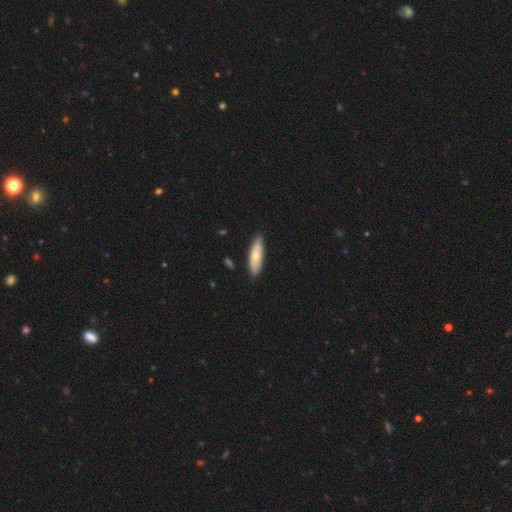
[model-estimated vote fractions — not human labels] smooth-or-featured: smooth: 69% | featured or disk: 26% | star or artifact: 5%
  how-rounded: cigar-shaped: 51% | in between: 47% | round: 2%
  merging: none: 81% | minor disturbance: 15% | major disturbance: 2% | merger: 2%